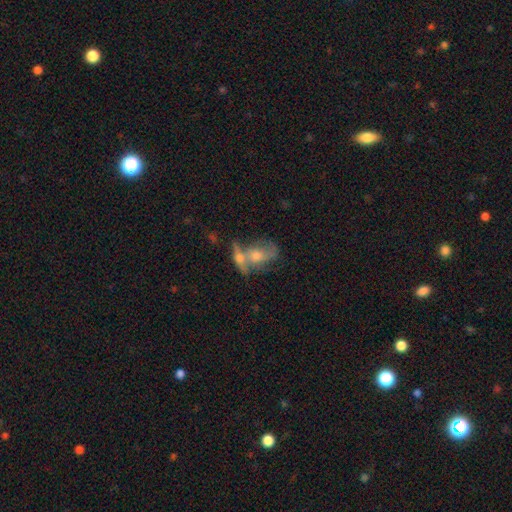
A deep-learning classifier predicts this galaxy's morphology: Smooth or featured? Predicted: featured or disk (p=0.55). Edge-on disk? Predicted: no (p=0.88). Merging? Predicted: merger (p=0.53).